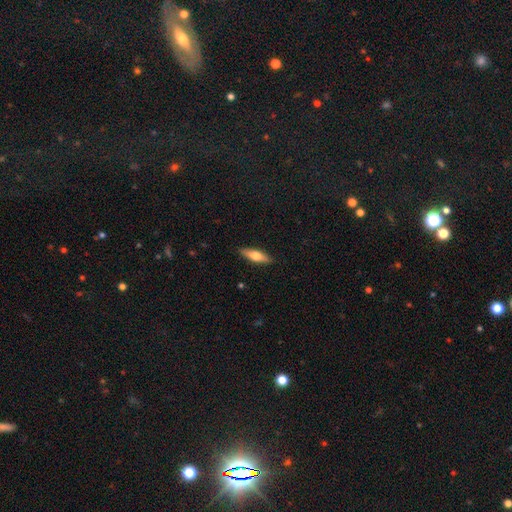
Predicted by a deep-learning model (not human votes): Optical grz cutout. It shows a smooth galaxy with no disk features (58%) that is cigar-shaped (57%). Merging: none (89%).